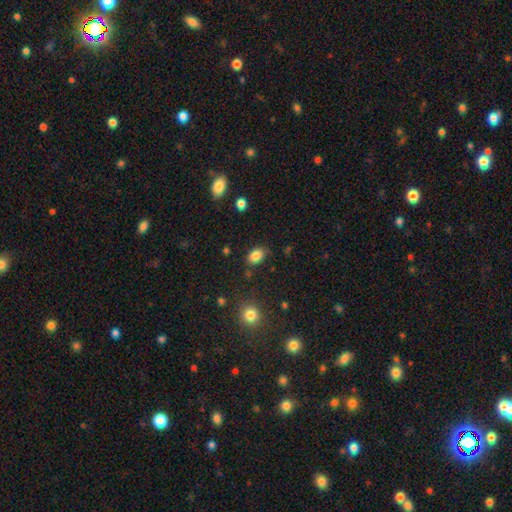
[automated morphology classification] Smooth or featured?
  - smooth: 84% *
  - star or artifact: 10%
  - featured or disk: 5%
How rounded?
  - in between: 75% *
  - round: 24%
  - cigar-shaped: 1%
Merging?
  - none: 78% *
  - minor disturbance: 16%
  - major disturbance: 4%
  - merger: 3%